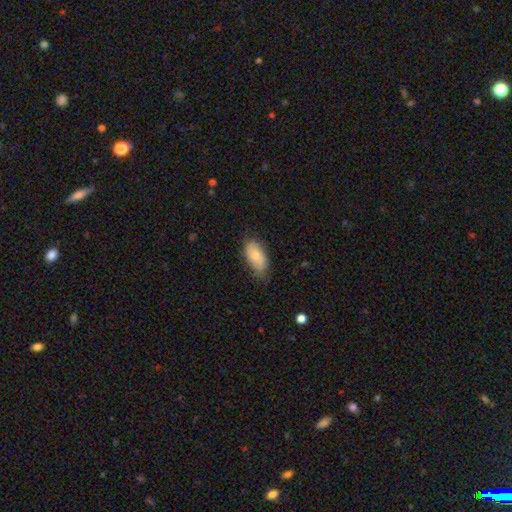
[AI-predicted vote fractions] Smooth or featured? smooth (69%)
How rounded? in between (92%)
Merging? none (68%)